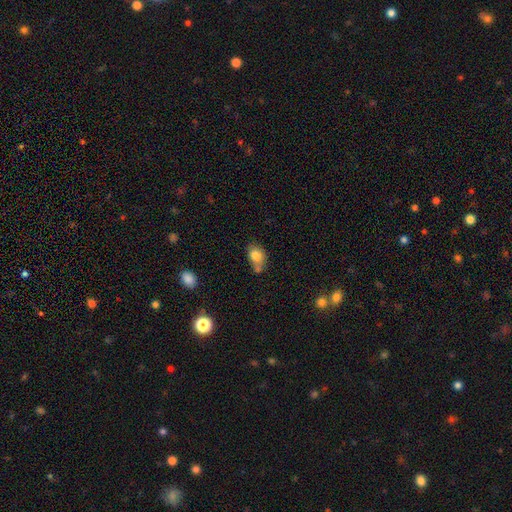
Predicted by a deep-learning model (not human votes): The model was most divided on "merging": none: 39%, minor disturbance: 27%, merger: 24%, major disturbance: 11%. More confident: smooth or featured — smooth (79%); how rounded — in between (70%).